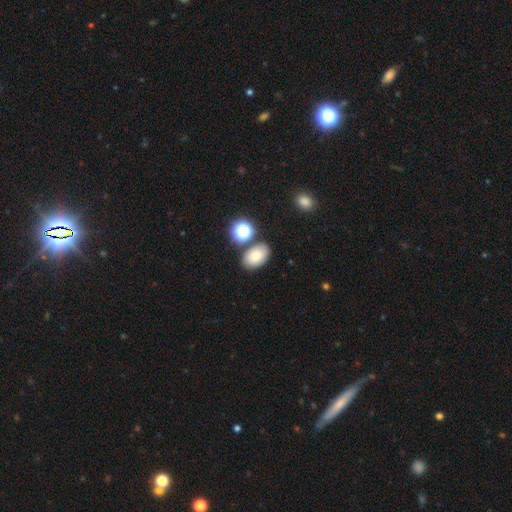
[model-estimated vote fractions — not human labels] A smooth galaxy with no disk features (76%) that is in between round and cigar-shaped (84%). Merging: none (74%).